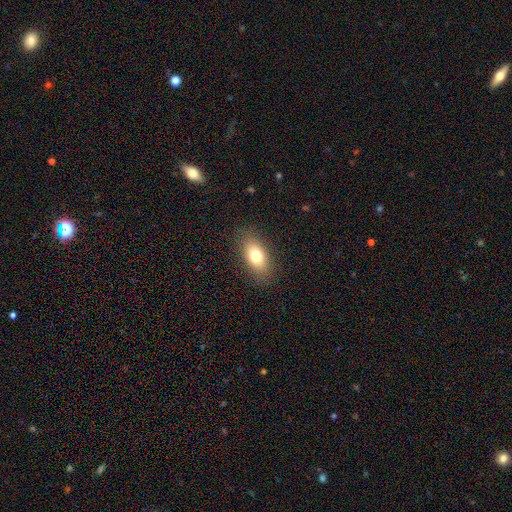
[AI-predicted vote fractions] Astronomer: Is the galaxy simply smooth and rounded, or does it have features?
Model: smooth — 76%.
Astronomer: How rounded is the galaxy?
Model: in between — 87%.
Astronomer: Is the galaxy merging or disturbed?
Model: none — 86%.